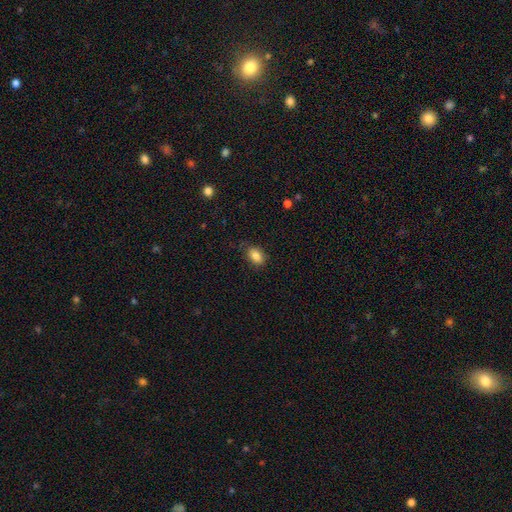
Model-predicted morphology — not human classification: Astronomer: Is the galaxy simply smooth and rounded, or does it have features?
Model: smooth — 85%.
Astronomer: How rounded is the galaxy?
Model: in between — 85%.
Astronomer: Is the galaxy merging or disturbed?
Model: none — 80%.